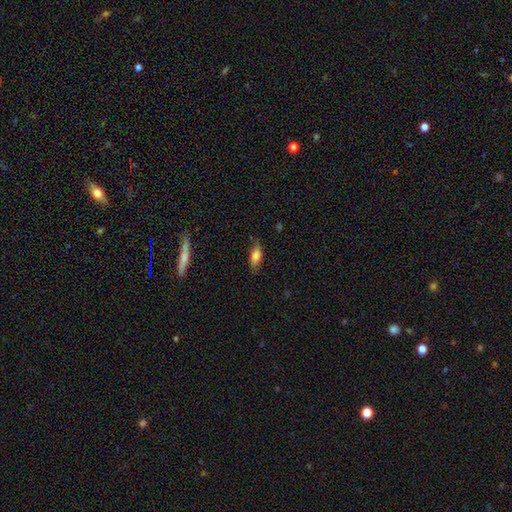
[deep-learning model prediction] The model was most divided on "how rounded": in between: 71%, cigar-shaped: 26%, round: 3%. More confident: merging — none (73%); smooth or featured — smooth (73%).